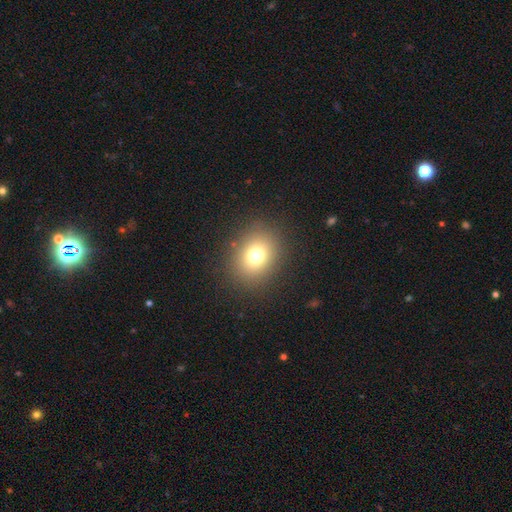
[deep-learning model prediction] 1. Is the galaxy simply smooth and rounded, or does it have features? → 74% smooth, 16% star or artifact, 10% featured or disk.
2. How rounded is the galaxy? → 61% round, 38% in between, 1% cigar-shaped.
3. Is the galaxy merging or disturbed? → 87% none, 7% minor disturbance, 4% major disturbance, 1% merger.